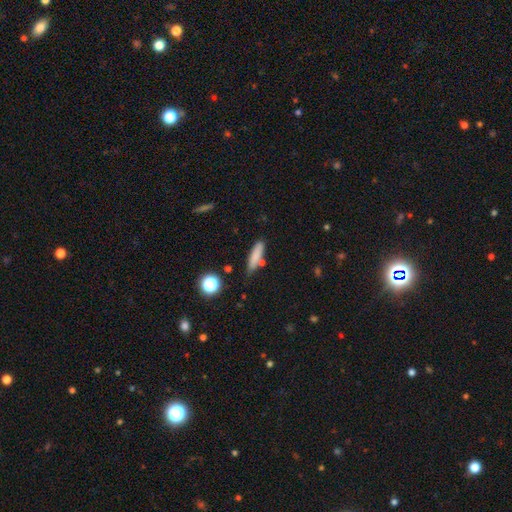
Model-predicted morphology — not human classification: Q: Smooth or featured?
A: smooth (79%); runner-up: featured or disk (12%)
Q: How rounded?
A: cigar-shaped (70%); runner-up: in between (27%)
Q: Merging?
A: none (67%); runner-up: minor disturbance (20%)